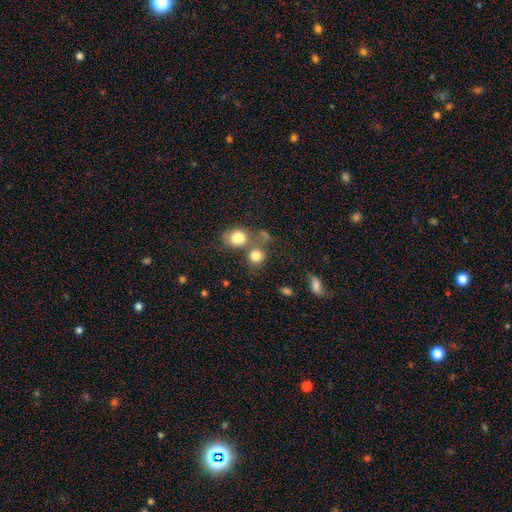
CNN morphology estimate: smooth_or_featured: smooth (p=0.80) [alt: star or artifact p=0.11]
how_rounded: round (p=0.80) [alt: in between p=0.19]
merging: none (p=0.46) [alt: merger p=0.38]